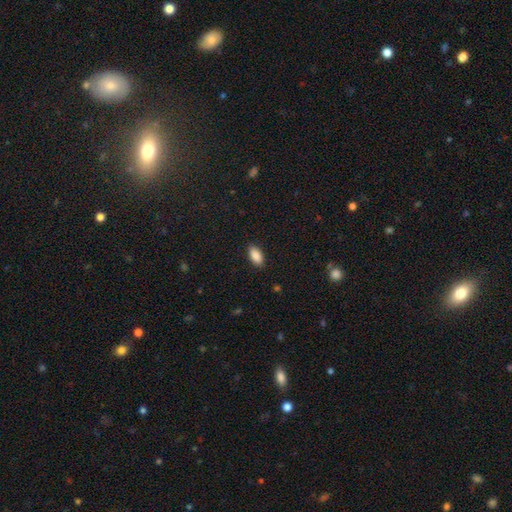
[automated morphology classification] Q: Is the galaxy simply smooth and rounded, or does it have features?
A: smooth — 89%.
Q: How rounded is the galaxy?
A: in between — 93%.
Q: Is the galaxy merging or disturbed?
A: none — 89%.